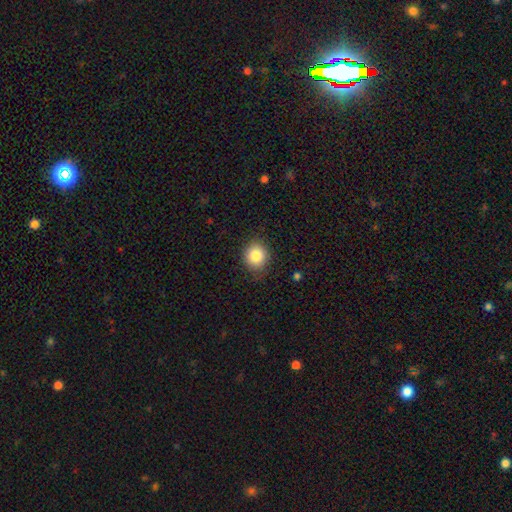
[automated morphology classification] This appears to be a smooth galaxy with no disk features (84%) that is round (82%). Merging: none (85%).